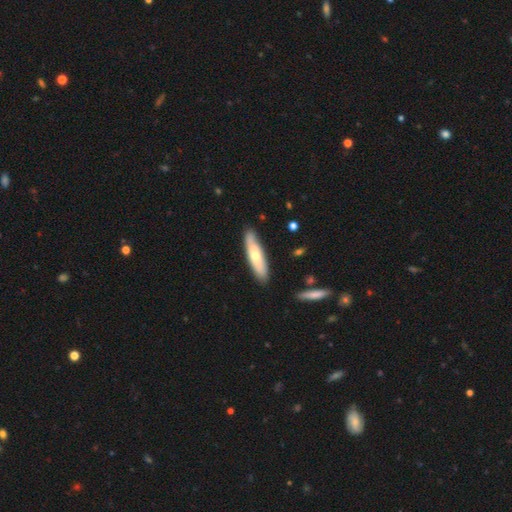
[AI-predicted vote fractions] Morphology: type=smooth (56%); roundness=cigar-shaped (72%); merging=none (84%).